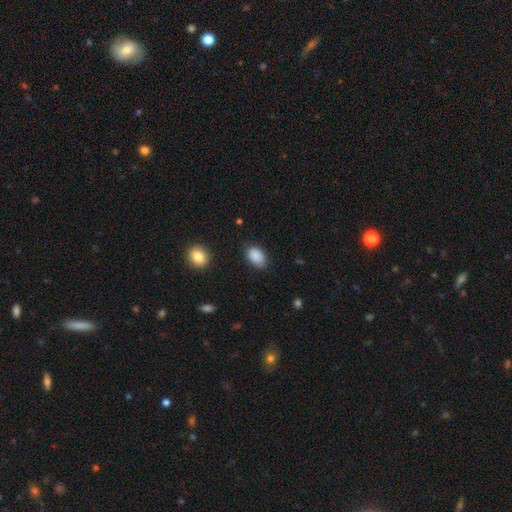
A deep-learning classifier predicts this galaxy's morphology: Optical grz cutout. It shows a smooth galaxy with no disk features (88%) that is in between round and cigar-shaped (86%). Merging: none (73%).